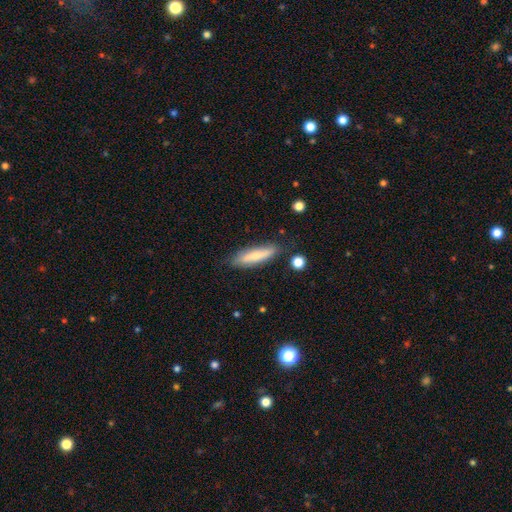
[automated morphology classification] Overall: smooth (70%). How rounded: cigar-shaped (75%). Merging: none (79%).